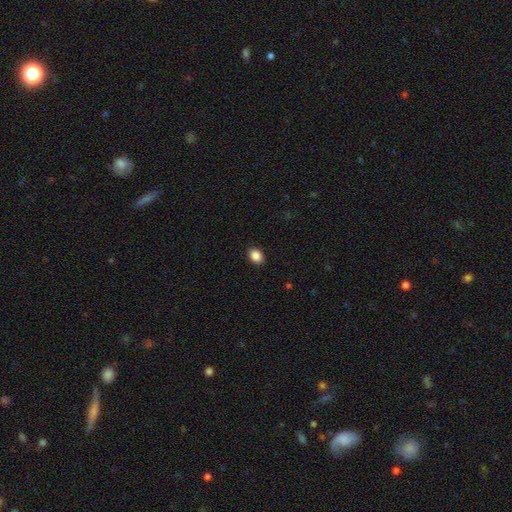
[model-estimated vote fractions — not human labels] Overall: smooth (88%). How rounded: in between (62%; round 37%). Merging: none (91%).